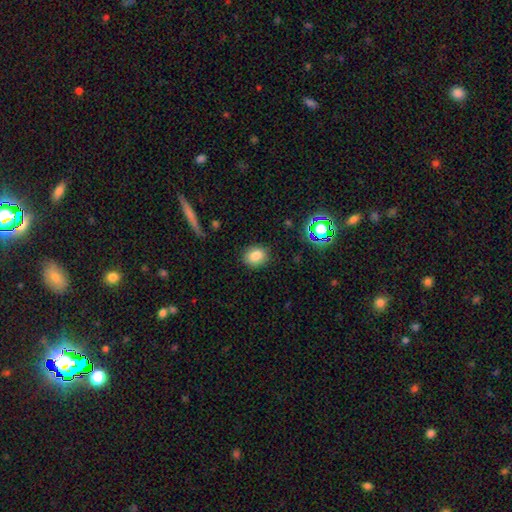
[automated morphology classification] This appears to be a smooth galaxy with no disk features (81%) that is round (51%). Merging: none (87%).